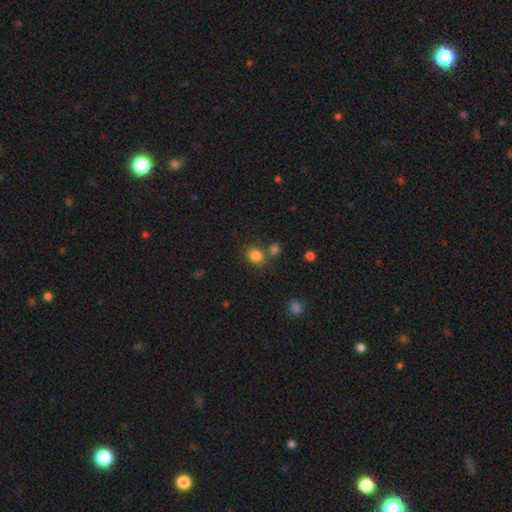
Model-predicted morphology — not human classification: smooth_or_featured: smooth (p=0.83) [alt: star or artifact p=0.12]
how_rounded: in between (p=0.52) [alt: round p=0.47]
merging: none (p=0.68) [alt: merger p=0.16]